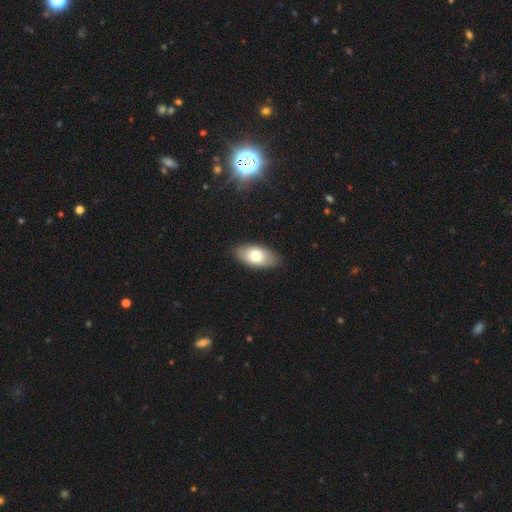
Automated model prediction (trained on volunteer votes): Smooth or featured? Predicted: smooth (p=0.73). How rounded? Predicted: in between (p=0.92). Merging? Predicted: none (p=0.86).